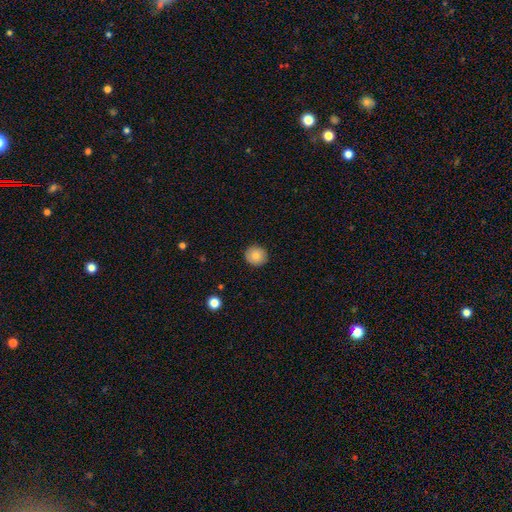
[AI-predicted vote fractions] A smooth galaxy with no disk features (79%) that is round (88%).

Vote fractions:
- Smooth or featured? smooth: 79% / featured or disk: 13% / star or artifact: 8%
- How rounded? round: 88% / in between: 11% / cigar-shaped: 1%
- Merging? none: 88% / minor disturbance: 9% / major disturbance: 2% / merger: 1%